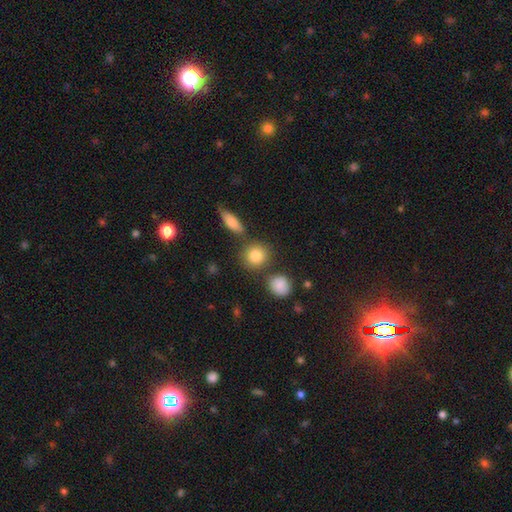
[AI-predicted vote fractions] A smooth galaxy with no disk features (84%) that is round (82%).

Vote fractions:
- Smooth or featured? smooth: 84% / star or artifact: 9% / featured or disk: 7%
- How rounded? round: 82% / in between: 16% / cigar-shaped: 2%
- Merging? none: 76% / merger: 11% / minor disturbance: 10% / major disturbance: 3%